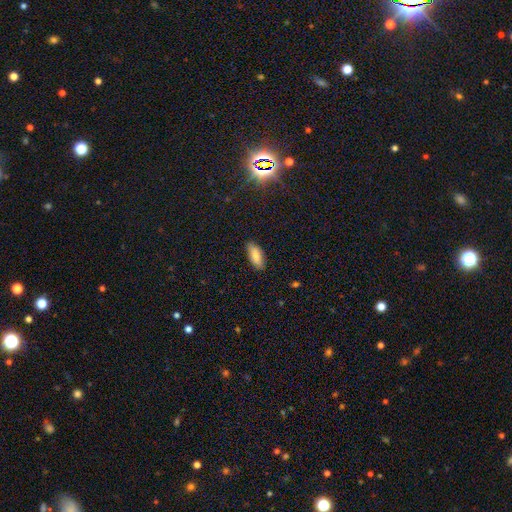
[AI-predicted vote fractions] smooth_or_featured: smooth (p=0.81) [alt: featured or disk p=0.11]
how_rounded: in between (p=0.79) [alt: cigar-shaped p=0.19]
merging: none (p=0.86) [alt: minor disturbance p=0.11]